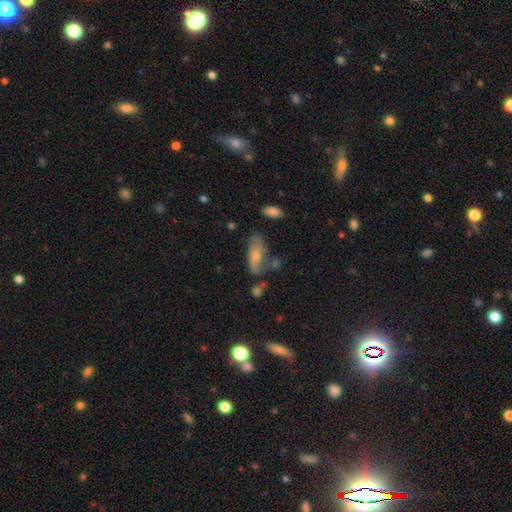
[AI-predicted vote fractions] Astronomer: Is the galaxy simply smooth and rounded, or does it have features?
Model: smooth — 66%.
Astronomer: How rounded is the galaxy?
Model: in between — 79%.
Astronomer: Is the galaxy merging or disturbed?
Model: none — 45% (runner-up: minor disturbance, 29%).